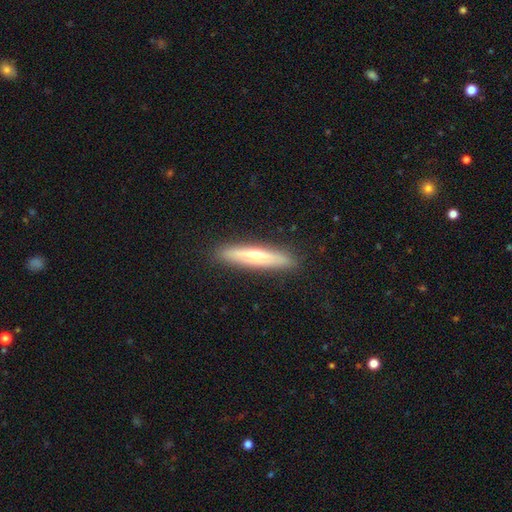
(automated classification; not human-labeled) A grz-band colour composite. It shows a featured or disk galaxy (50%). Merging: none (90%).